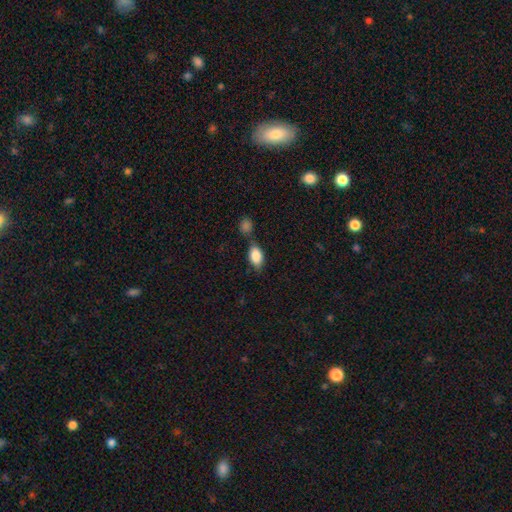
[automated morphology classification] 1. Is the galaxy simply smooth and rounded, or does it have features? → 85% smooth, 8% featured or disk, 7% star or artifact.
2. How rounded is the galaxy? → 88% in between, 9% round, 3% cigar-shaped.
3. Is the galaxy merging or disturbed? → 52% none, 23% merger, 18% minor disturbance, 6% major disturbance.